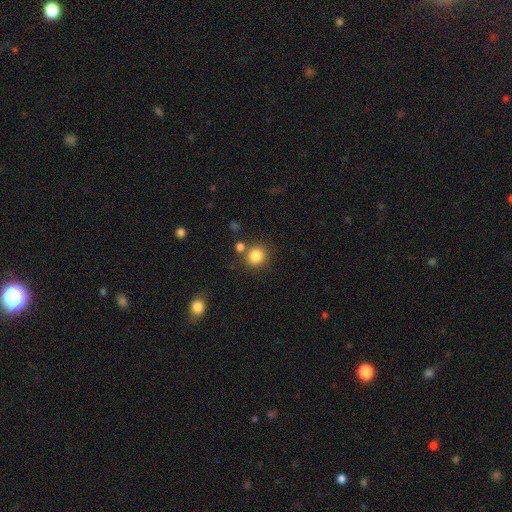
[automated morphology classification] Overall: smooth (84%). How rounded: round (90%). Merging: none (76%).